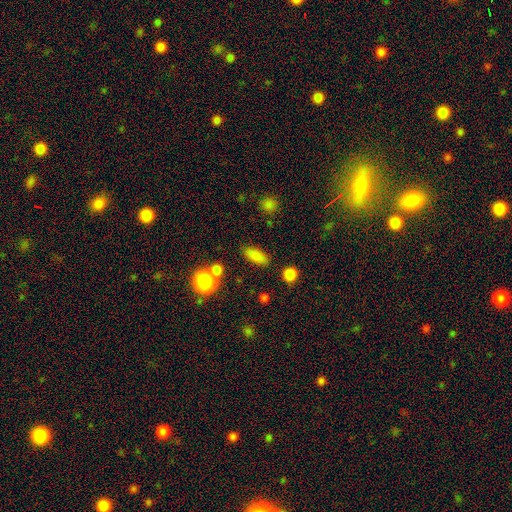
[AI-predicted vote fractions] smooth_or_featured: smooth (p=0.83) [alt: star or artifact p=0.11]
how_rounded: in between (p=0.79) [alt: cigar-shaped p=0.15]
merging: none (p=0.82) [alt: minor disturbance p=0.10]